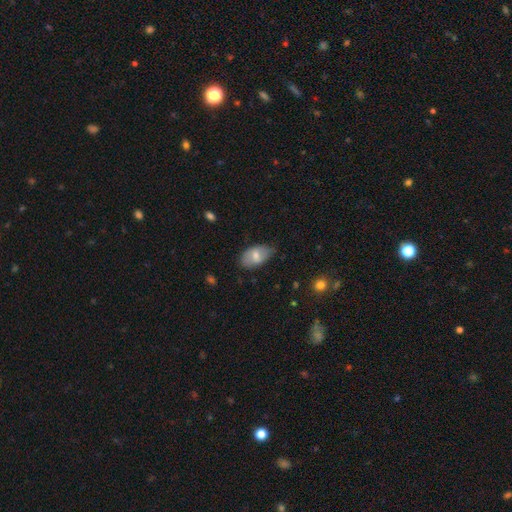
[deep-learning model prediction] Overall: smooth (67%). How rounded: in between (92%). Merging: none (69%).